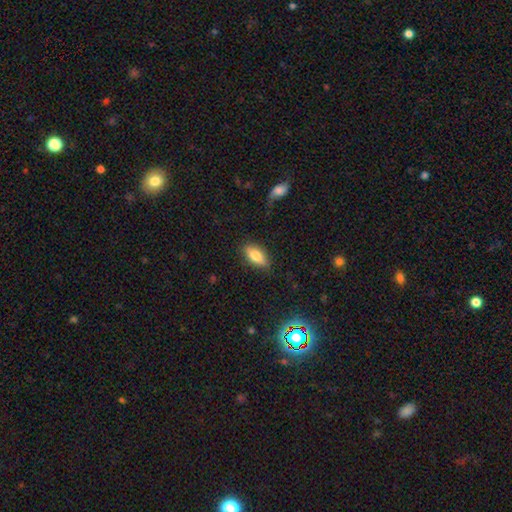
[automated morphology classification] Q: Smooth or featured?
A: smooth (71%); runner-up: featured or disk (21%)
Q: How rounded?
A: in between (82%); runner-up: cigar-shaped (14%)
Q: Merging?
A: none (83%); runner-up: minor disturbance (12%)